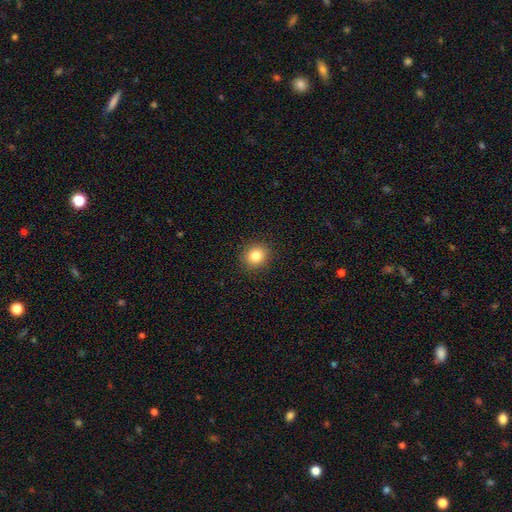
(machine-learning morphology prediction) Q: Smooth or featured?
A: smooth (83%); runner-up: star or artifact (11%)
Q: How rounded?
A: round (83%); runner-up: in between (16%)
Q: Merging?
A: none (91%); runner-up: minor disturbance (6%)